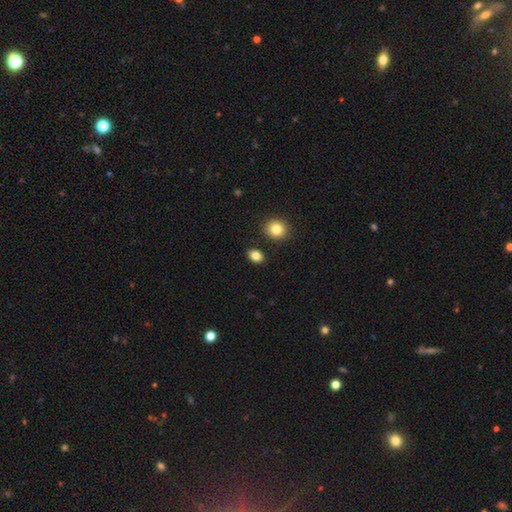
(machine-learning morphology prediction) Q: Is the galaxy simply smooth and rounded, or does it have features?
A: smooth — 84%.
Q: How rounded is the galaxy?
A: in between — 70%.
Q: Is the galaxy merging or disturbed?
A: none — 86%.